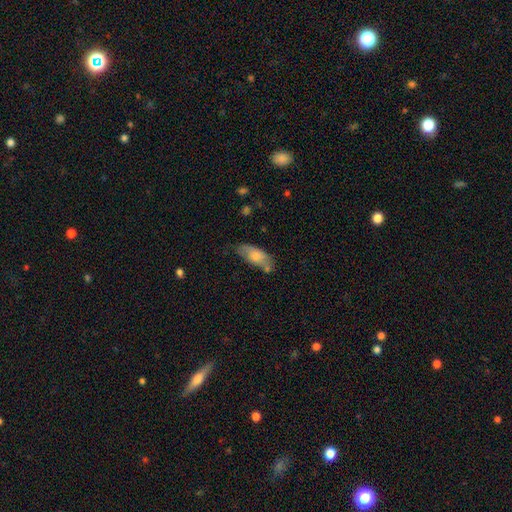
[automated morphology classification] Q: Smooth or featured?
A: smooth (70%); runner-up: featured or disk (24%)
Q: How rounded?
A: in between (81%); runner-up: cigar-shaped (17%)
Q: Merging?
A: none (60%); runner-up: minor disturbance (23%)